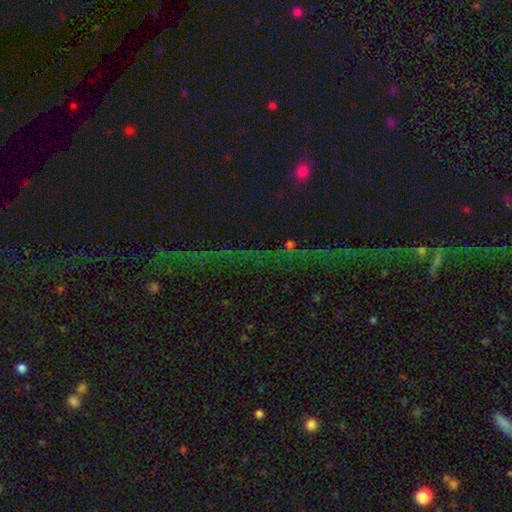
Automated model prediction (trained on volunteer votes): Q: Smooth or featured?
A: star or artifact (79%); runner-up: featured or disk (12%)